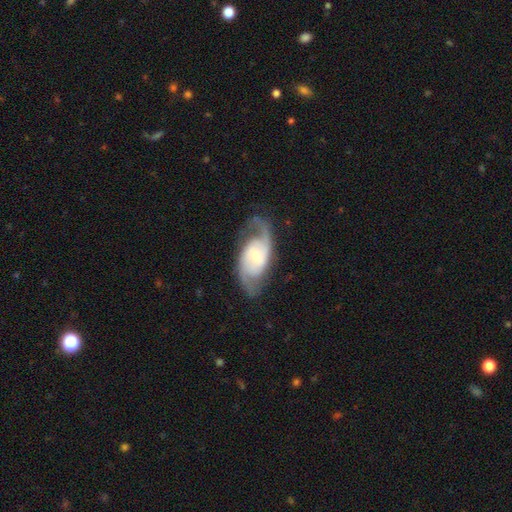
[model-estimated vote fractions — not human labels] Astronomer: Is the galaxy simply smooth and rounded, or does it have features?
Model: featured or disk — 88%.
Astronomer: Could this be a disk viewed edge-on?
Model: no — 96%.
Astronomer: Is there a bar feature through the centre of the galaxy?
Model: no — 57% (runner-up: weak, 33%).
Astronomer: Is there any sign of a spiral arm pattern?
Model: yes — 96%.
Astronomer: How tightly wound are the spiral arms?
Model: medium — 49% (runner-up: loose, 28%).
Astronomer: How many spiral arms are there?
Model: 2 — 90%.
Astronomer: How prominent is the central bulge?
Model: small — 46%, tied with moderate at 46%.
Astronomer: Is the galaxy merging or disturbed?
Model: none — 76%.